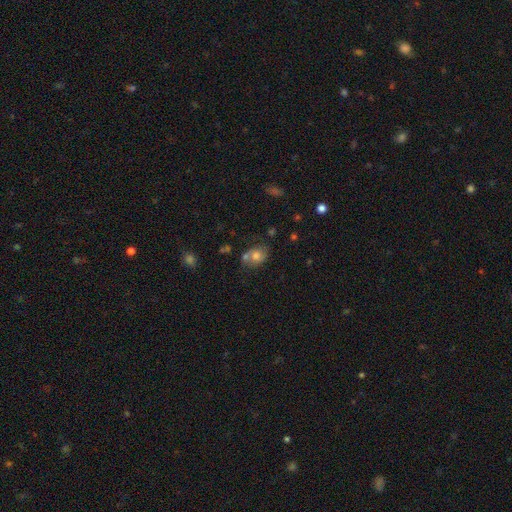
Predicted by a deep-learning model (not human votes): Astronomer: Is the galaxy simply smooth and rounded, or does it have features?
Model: smooth — 69%.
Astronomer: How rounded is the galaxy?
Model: round — 57% (runner-up: in between, 42%).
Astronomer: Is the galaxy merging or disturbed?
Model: none — 51%.